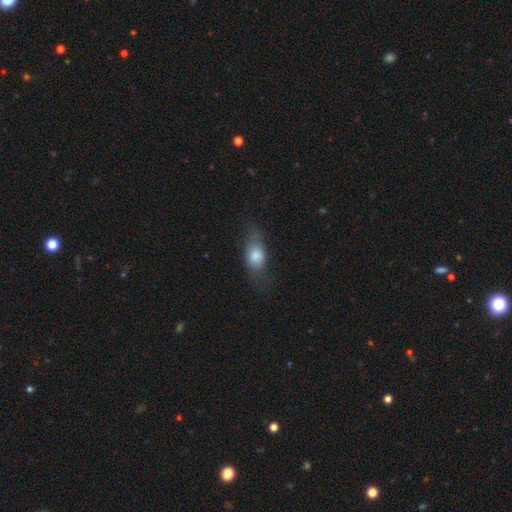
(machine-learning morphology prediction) Smooth or featured? smooth (75%)
How rounded? in between (77%)
Merging? none (55%)